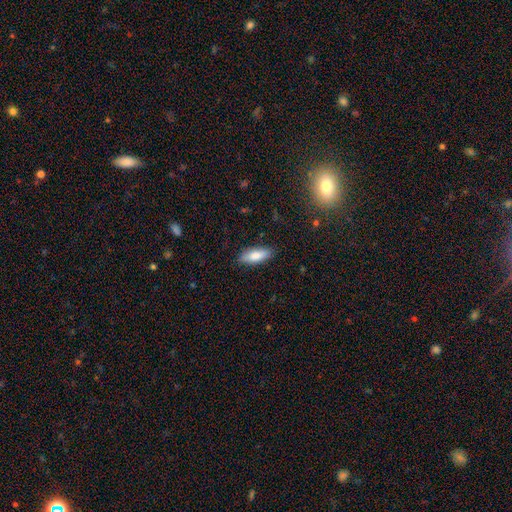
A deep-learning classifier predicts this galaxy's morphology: Smooth or featured: smooth — 81% (featured or disk — 13%)
How rounded: in between — 66% (cigar-shaped — 32%)
Merging: none — 87% (minor disturbance — 10%)